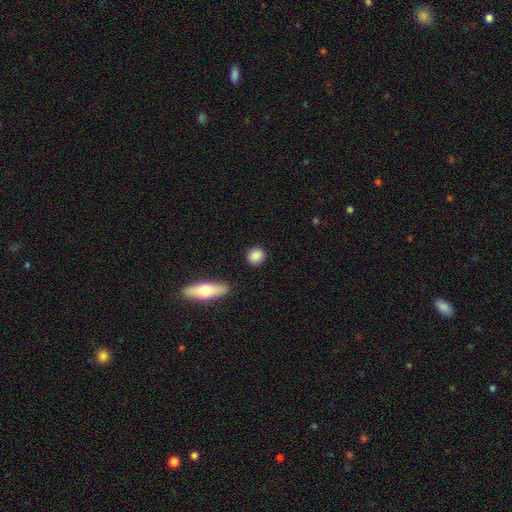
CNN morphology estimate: Overall: smooth (87%). How rounded: round (79%). Merging: none (87%).